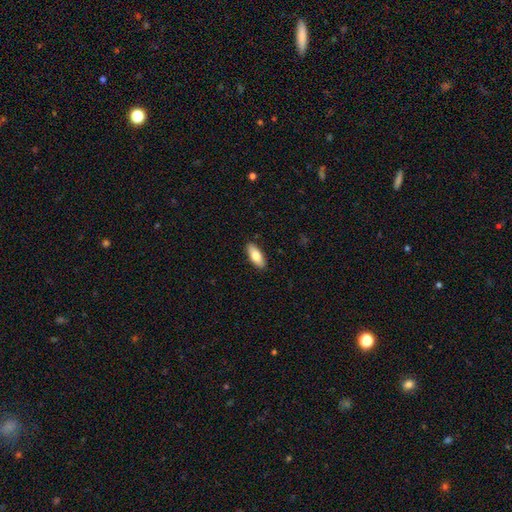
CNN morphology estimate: The model was most divided on "how rounded": in between: 78%, cigar-shaped: 20%, round: 2%. More confident: merging — none (90%); smooth or featured — smooth (76%).